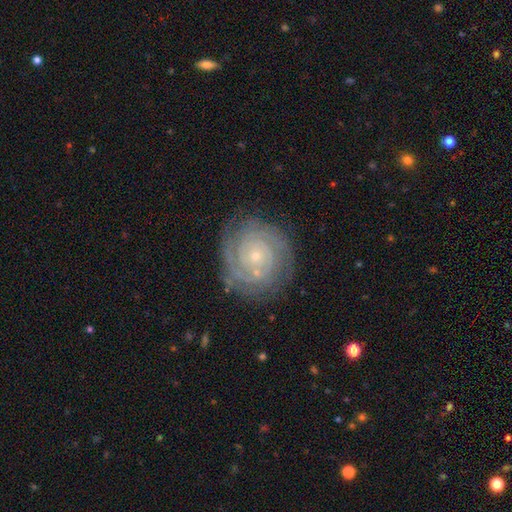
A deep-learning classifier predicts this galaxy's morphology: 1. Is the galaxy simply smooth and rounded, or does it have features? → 87% featured or disk, 7% smooth, 6% star or artifact.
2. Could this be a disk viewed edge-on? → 98% no, 2% yes.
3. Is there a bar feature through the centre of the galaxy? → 79% no, 16% weak, 5% strong.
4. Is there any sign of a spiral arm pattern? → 98% yes, 2% no.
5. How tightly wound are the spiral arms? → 85% tight, 13% medium, 2% loose.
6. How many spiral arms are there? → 38% 2, 21% 3, 19% can't tell, 11% 4, 6% more than 4, 5% 1.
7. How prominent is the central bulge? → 79% small, 18% moderate, 2% none, 1% large, 1% dominant.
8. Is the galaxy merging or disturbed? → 82% none, 12% minor disturbance, 4% major disturbance, 2% merger.